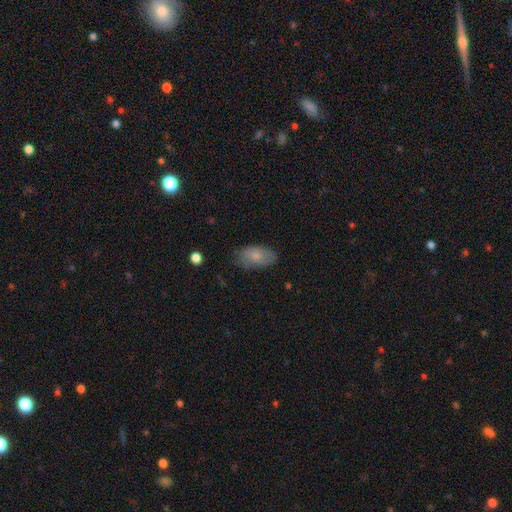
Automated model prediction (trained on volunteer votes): Q: Smooth or featured?
A: smooth (76%); runner-up: featured or disk (17%)
Q: How rounded?
A: in between (93%); runner-up: round (5%)
Q: Merging?
A: none (72%); runner-up: minor disturbance (22%)